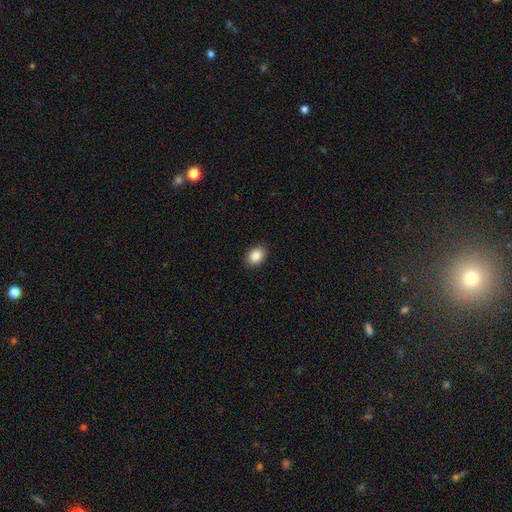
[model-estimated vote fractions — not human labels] Smooth or featured: smooth — 88% (star or artifact — 8%)
How rounded: in between — 70% (round — 29%)
Merging: none — 90% (minor disturbance — 8%)